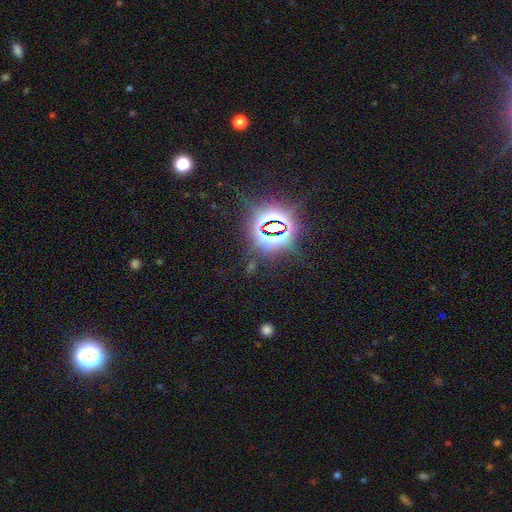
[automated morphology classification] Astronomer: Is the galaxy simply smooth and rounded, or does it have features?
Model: star or artifact — 84%.